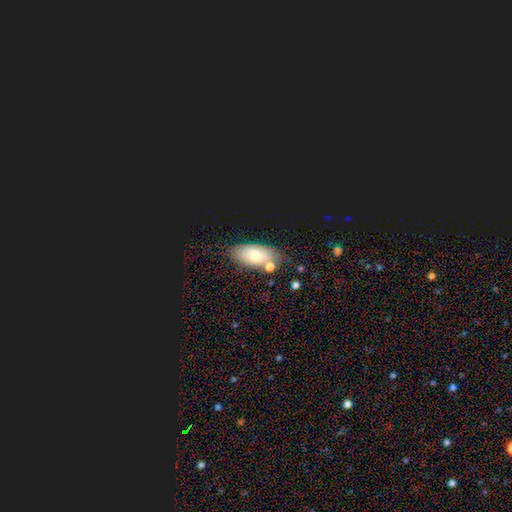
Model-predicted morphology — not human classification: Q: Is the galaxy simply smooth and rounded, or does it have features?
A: smooth — 73%.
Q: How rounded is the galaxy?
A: in between — 89%.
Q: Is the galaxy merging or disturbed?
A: none — 63%.